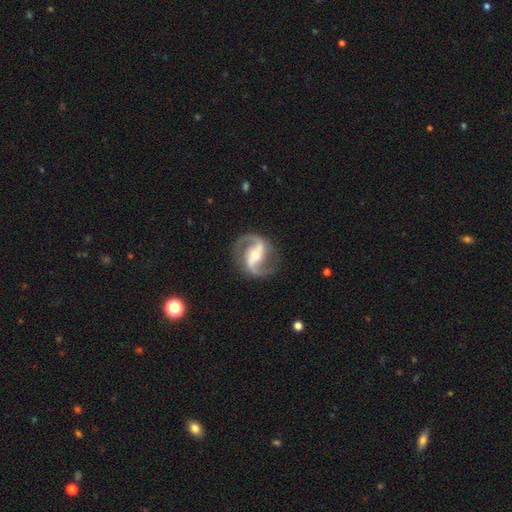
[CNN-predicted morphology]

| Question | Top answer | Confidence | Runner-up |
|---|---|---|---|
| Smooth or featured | featured or disk | 92% | star or artifact (4%) |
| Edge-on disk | no | 98% | yes (2%) |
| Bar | strong | 41% | weak (34%) |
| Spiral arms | yes | 98% | no (2%) |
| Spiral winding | medium | 54% | loose (35%) |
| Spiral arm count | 2 | 94% | 1 (2%) |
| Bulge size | moderate | 63% | small (30%) |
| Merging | none | 85% | minor disturbance (9%) |